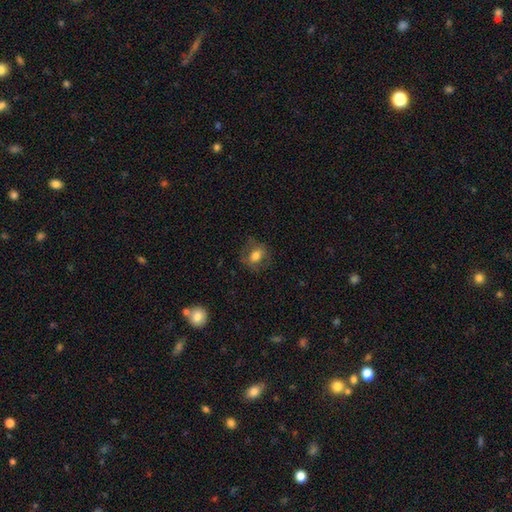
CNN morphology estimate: smooth-or-featured: smooth: 66% | featured or disk: 24% | star or artifact: 10%
  how-rounded: round: 52% | in between: 46% | cigar-shaped: 2%
  merging: none: 72% | minor disturbance: 17% | major disturbance: 9% | merger: 1%